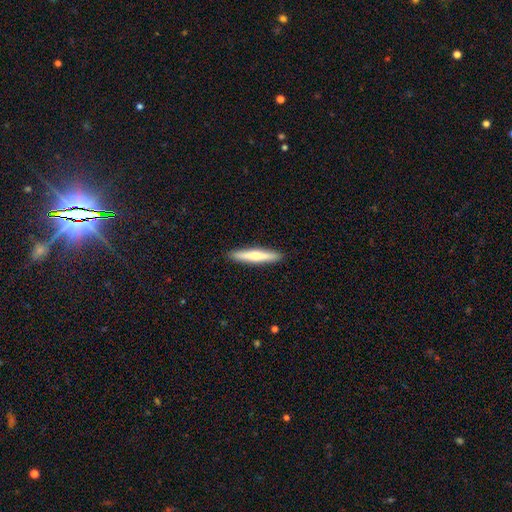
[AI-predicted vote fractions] Overall: smooth (57%; featured or disk 38%). How rounded: cigar-shaped (93%). Merging: none (92%).